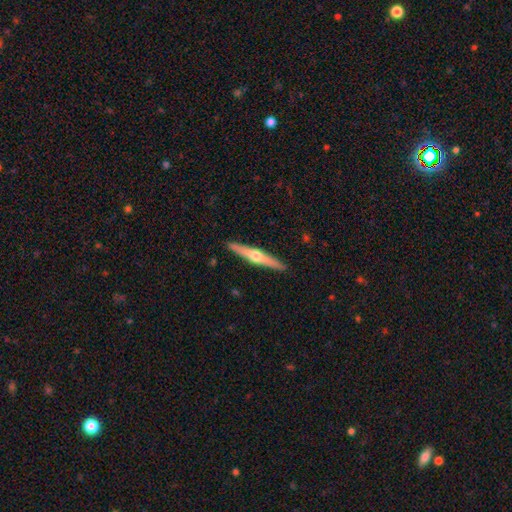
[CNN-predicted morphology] smooth-or-featured: featured or disk: 67% | smooth: 28% | star or artifact: 5%
  disk-edge-on: yes: 97% | no: 3%
    edge-on-bulge: rounded: 93% | none: 5% | boxy: 2%
  merging: none: 92% | minor disturbance: 6% | major disturbance: 1% | merger: 1%